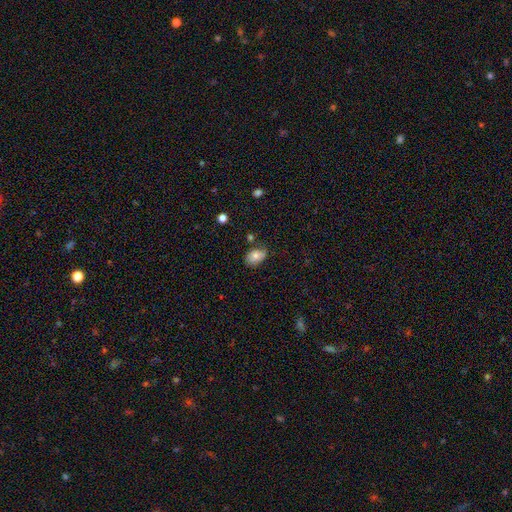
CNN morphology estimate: smooth 75%, featured or disk 16%, star or artifact 9%. Down the decision tree: how rounded — in between (81%); merging — none (72%).